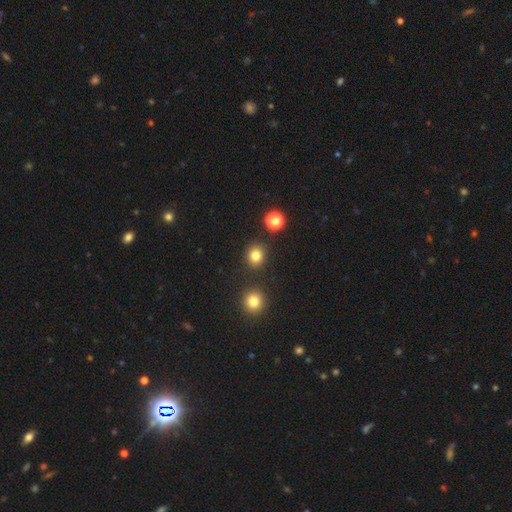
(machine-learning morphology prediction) smooth-or-featured: smooth: 81% | star or artifact: 14% | featured or disk: 5%
  how-rounded: round: 81% | in between: 18% | cigar-shaped: 1%
  merging: none: 86% | minor disturbance: 7% | merger: 4% | major disturbance: 3%